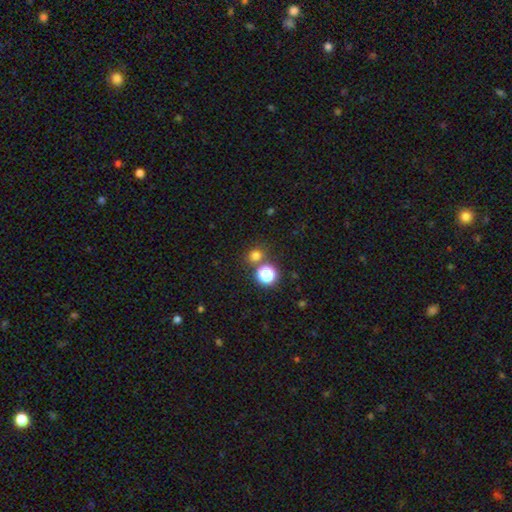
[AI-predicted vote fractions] smooth_or_featured: smooth (p=0.70) [alt: star or artifact p=0.23]
how_rounded: round (p=0.83) [alt: in between p=0.16]
merging: none (p=0.73) [alt: merger p=0.15]